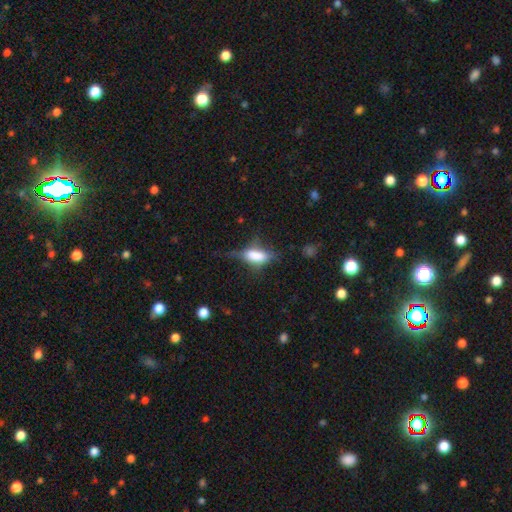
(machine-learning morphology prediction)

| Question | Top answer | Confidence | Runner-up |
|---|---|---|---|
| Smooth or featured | smooth | 62% | featured or disk (27%) |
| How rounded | in between | 76% | cigar-shaped (20%) |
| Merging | none | 37% | major disturbance (30%) |